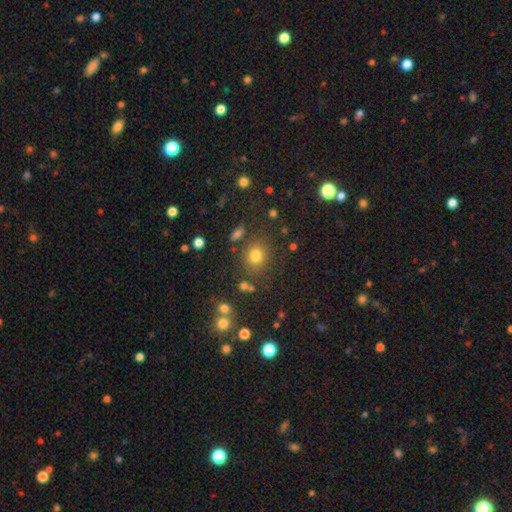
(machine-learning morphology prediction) This appears to be a smooth galaxy with no disk features (73%) that is round (73%). Merging: none (79%).